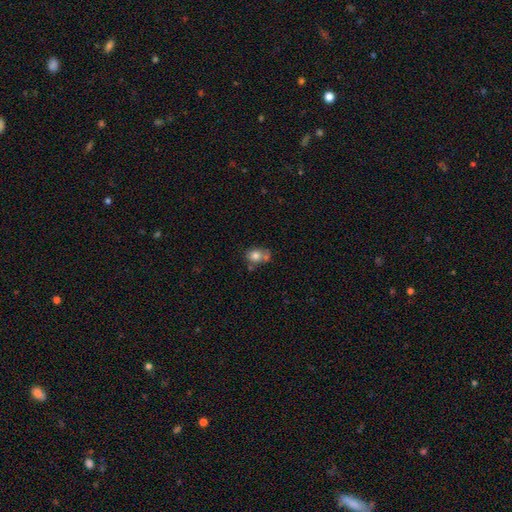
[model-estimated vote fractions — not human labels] smooth 77%, featured or disk 13%, star or artifact 10%. Down the decision tree: how rounded — round (56%); merging — none (45%).